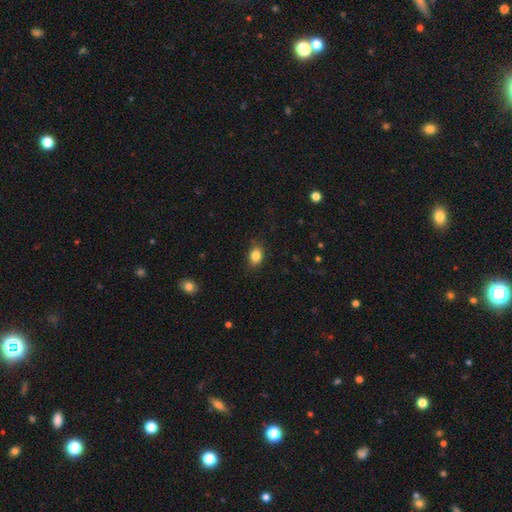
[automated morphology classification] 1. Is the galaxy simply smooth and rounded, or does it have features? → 84% smooth, 10% star or artifact, 6% featured or disk.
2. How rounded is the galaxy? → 69% in between, 30% round, 1% cigar-shaped.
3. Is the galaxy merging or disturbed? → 81% none, 15% minor disturbance, 3% major disturbance, 1% merger.